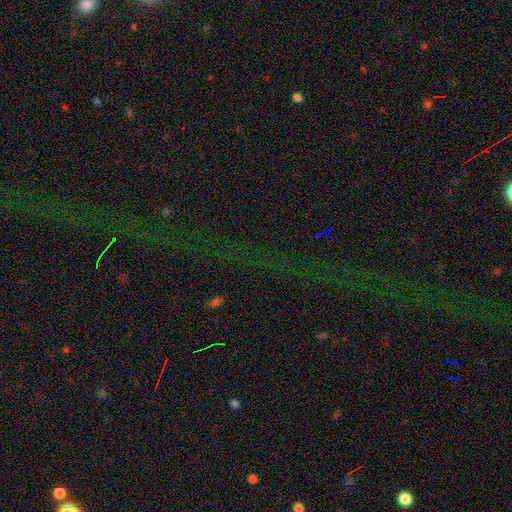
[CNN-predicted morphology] Overall: star or artifact (77%).